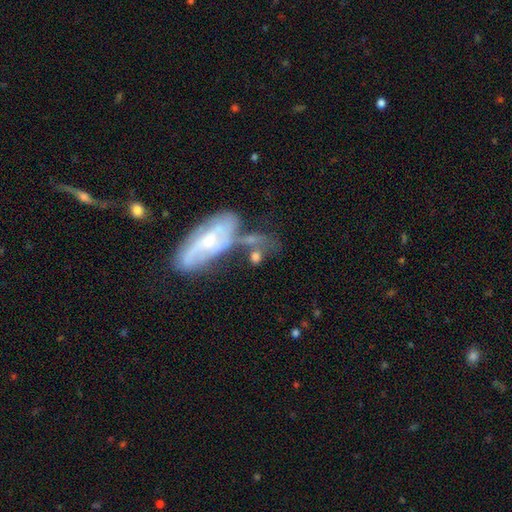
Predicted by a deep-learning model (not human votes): This is marginally a featured or disk galaxy (45%, tied with smooth). Merging: marginally merger (34%).